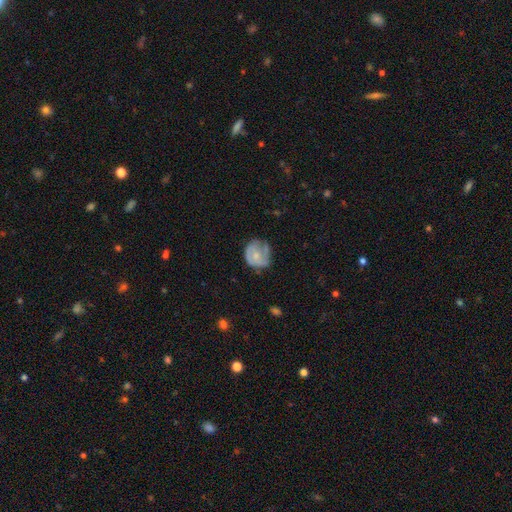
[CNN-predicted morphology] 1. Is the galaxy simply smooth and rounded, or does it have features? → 53% featured or disk, 41% smooth, 7% star or artifact.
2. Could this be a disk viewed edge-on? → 98% no, 2% yes.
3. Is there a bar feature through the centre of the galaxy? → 74% no, 22% weak, 4% strong.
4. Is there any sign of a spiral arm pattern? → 65% yes, 35% no.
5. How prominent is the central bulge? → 55% small, 34% moderate, 9% none, 2% large, 1% dominant.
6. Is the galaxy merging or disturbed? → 46% none, 32% minor disturbance, 19% major disturbance, 3% merger.